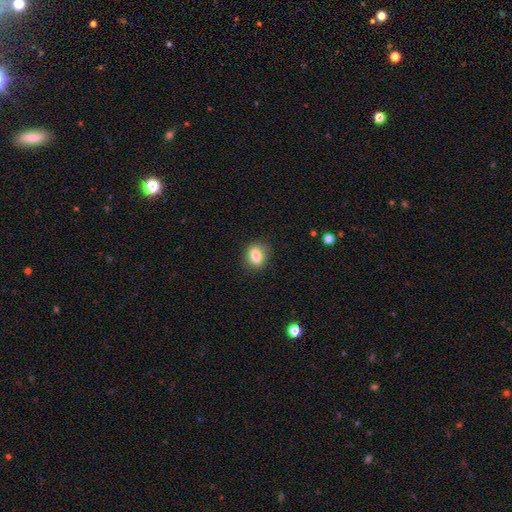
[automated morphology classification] type=smooth (82%); roundness=in between (58%); merging=none (85%).